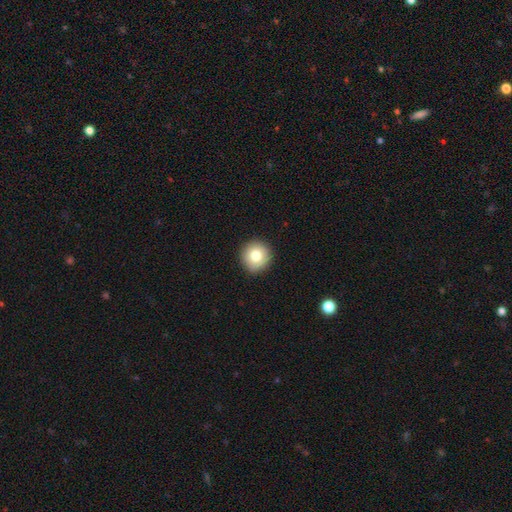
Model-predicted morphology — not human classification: A smooth galaxy with no disk features (80%) that is round (94%). Merging: none (92%).